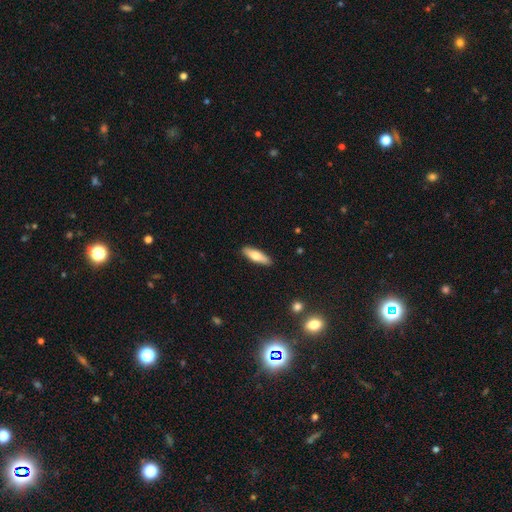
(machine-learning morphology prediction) Smooth or featured: smooth — 67% (featured or disk — 27%)
How rounded: cigar-shaped — 56% (in between — 42%)
Merging: none — 89% (minor disturbance — 8%)